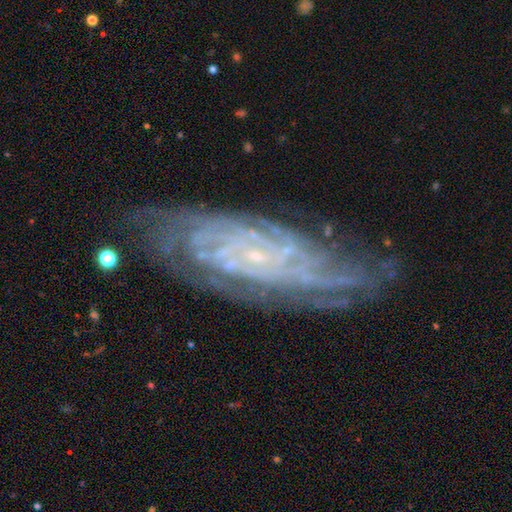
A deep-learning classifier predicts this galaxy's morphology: The model was most divided on "spiral arm count": can't tell: 26%, more than 4: 20%, 4: 19%, 2: 14%, 3: 13%, 1: 8%. More confident: spiral arms — yes (98%); edge-on disk — no (92%); bulge size — small (88%); smooth or featured — featured or disk (88%); spiral winding — tight (77%); merging — none (75%); bar — no (70%).